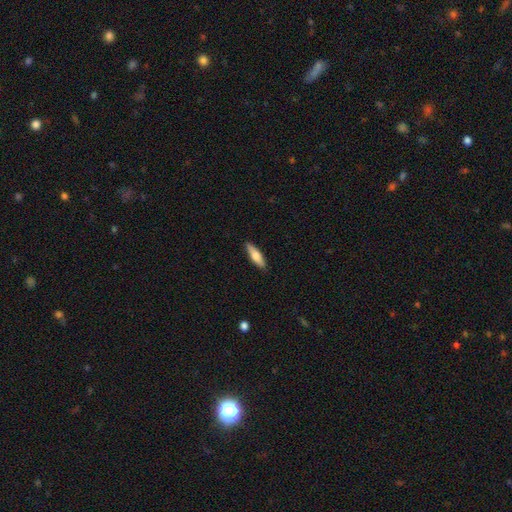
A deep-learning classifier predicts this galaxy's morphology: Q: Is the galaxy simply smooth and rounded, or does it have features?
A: smooth — 65%.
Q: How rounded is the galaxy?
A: cigar-shaped — 64%.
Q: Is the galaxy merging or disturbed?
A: none — 88%.